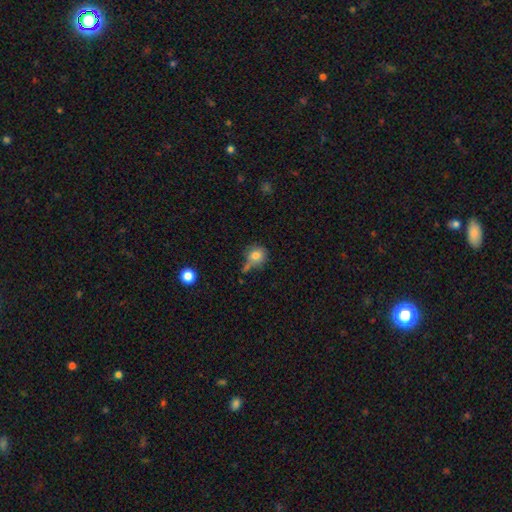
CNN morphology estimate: This appears to be a smooth galaxy with no disk features (79%) that is round (81%). Merging: none (54%).